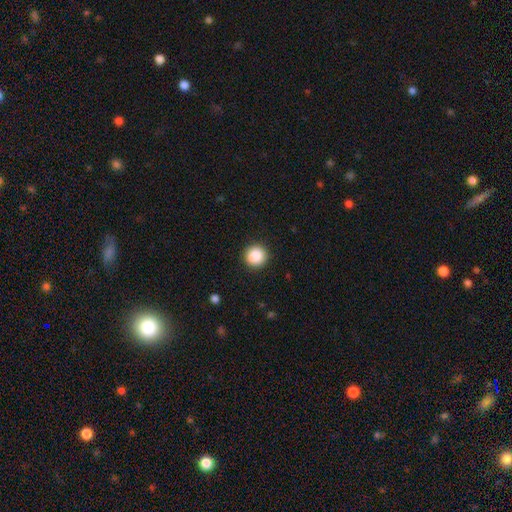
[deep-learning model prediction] Overall: smooth (88%). How rounded: round (95%). Merging: none (92%).